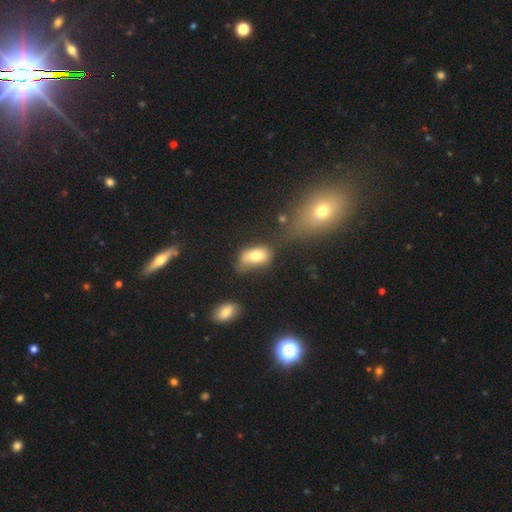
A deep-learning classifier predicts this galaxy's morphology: This appears to be a smooth galaxy with no disk features (73%) that is in between round and cigar-shaped (88%). Merging: none (36%).